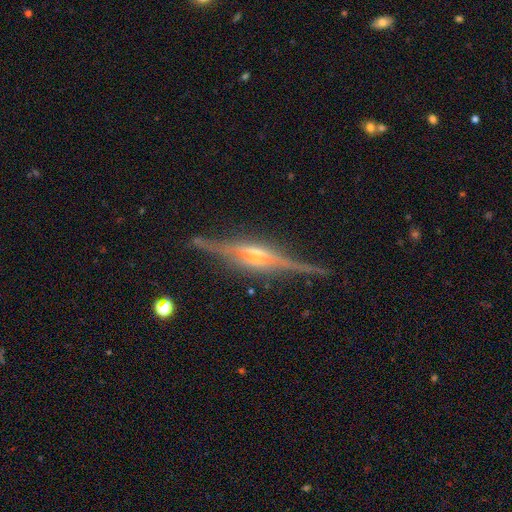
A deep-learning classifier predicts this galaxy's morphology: smooth-or-featured: featured or disk: 87% | smooth: 7% | star or artifact: 6%
  disk-edge-on: yes: 96% | no: 4%
    edge-on-bulge: rounded: 80% | boxy: 15% | none: 5%
  merging: none: 80% | minor disturbance: 14% | major disturbance: 4% | merger: 2%